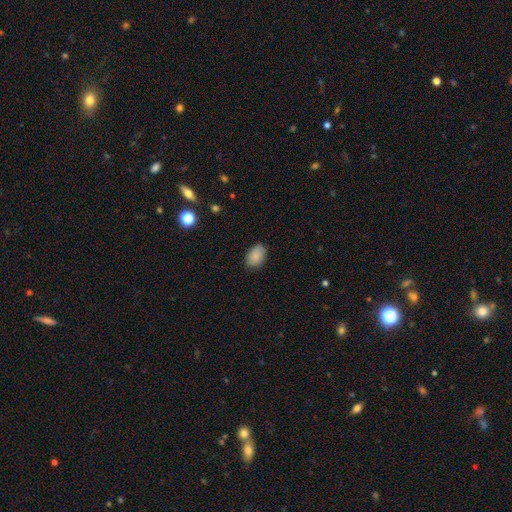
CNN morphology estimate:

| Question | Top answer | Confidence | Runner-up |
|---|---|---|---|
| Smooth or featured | smooth | 86% | star or artifact (7%) |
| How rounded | in between | 86% | round (12%) |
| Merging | none | 83% | minor disturbance (13%) |